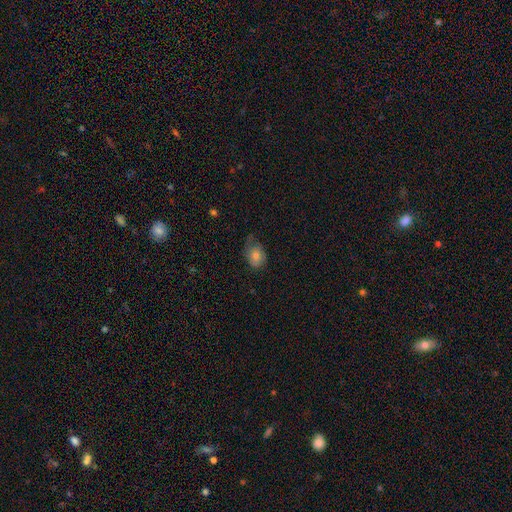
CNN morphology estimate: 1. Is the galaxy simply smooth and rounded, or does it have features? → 65% smooth, 25% featured or disk, 10% star or artifact.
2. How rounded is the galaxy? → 71% in between, 27% round, 1% cigar-shaped.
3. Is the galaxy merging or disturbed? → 50% none, 34% minor disturbance, 15% major disturbance, 2% merger.